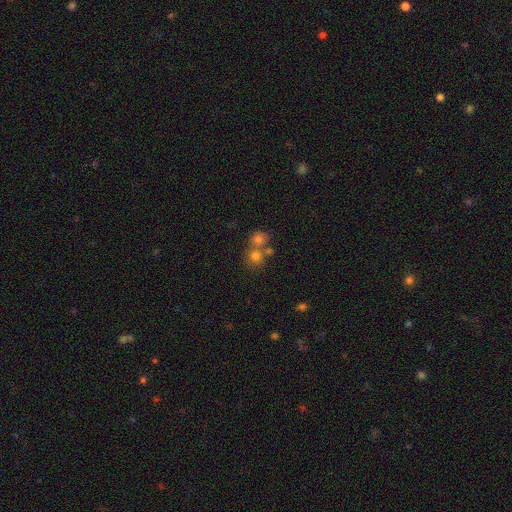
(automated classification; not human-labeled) smooth 73%, star or artifact 15%, featured or disk 11%. Down the decision tree: how rounded — round (83%); merging — merger (45%, tied with none).